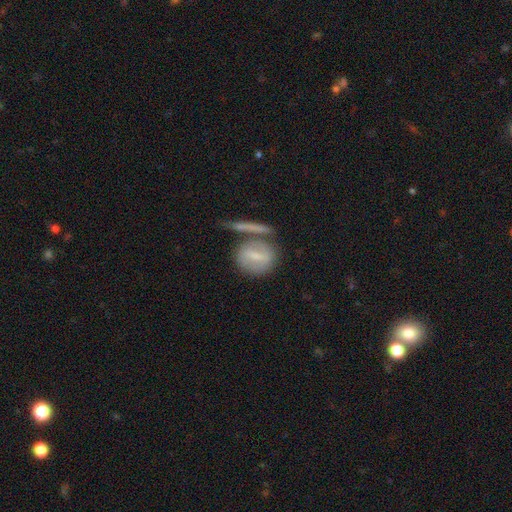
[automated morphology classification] smooth_or_featured: smooth (p=0.53) [alt: featured or disk p=0.39]
how_rounded: round (p=0.64) [alt: in between p=0.29]
merging: none (p=0.50) [alt: merger p=0.26]